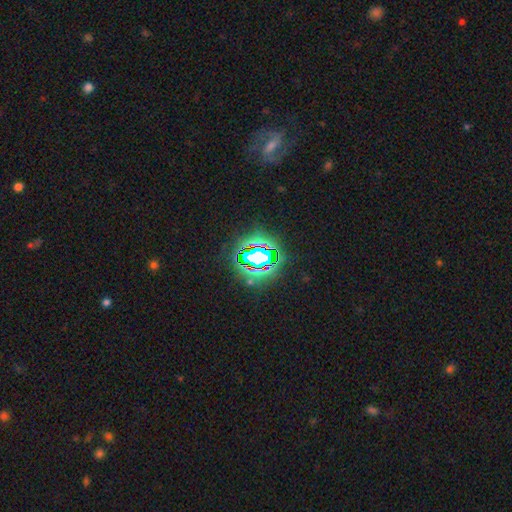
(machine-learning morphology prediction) Smooth or featured? star or artifact (72%)